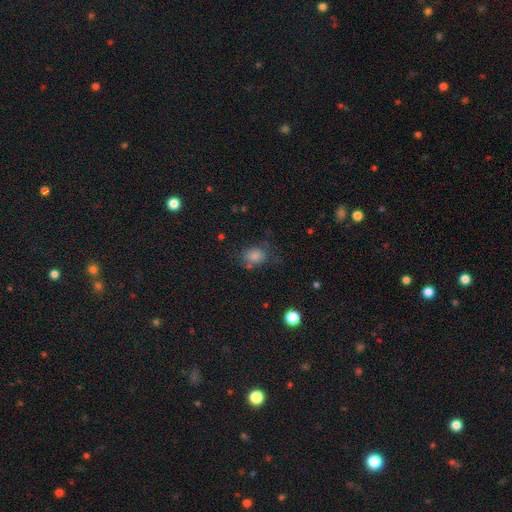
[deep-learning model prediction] Smooth or featured? Predicted: smooth (p=0.78). How rounded? Predicted: round (p=0.50). Merging? Predicted: none (p=0.67).